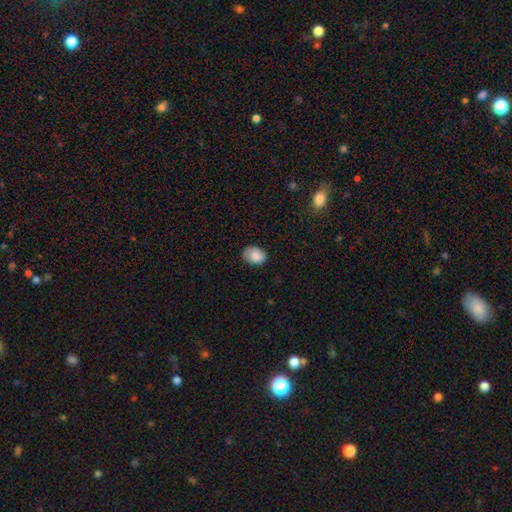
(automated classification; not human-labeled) Smooth or featured? Predicted: smooth (p=0.79). How rounded? Predicted: in between (p=0.66). Merging? Predicted: none (p=0.67).